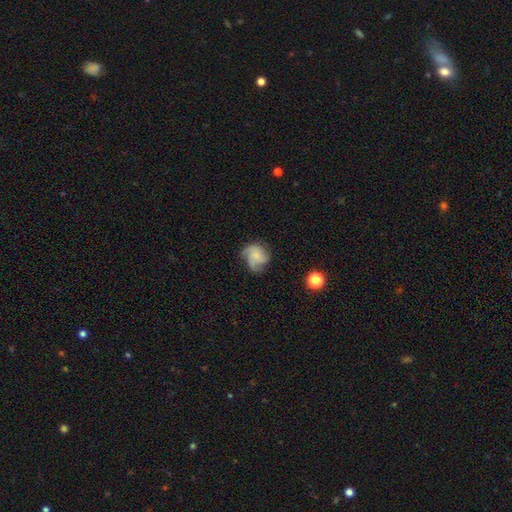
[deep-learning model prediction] Q: Smooth or featured?
A: featured or disk (69%); runner-up: smooth (23%)
Q: Edge-on disk?
A: no (98%); runner-up: yes (2%)
Q: Bar?
A: no (78%); runner-up: weak (20%)
Q: Spiral arms?
A: yes (94%); runner-up: no (6%)
Q: Spiral winding?
A: medium (46%); runner-up: tight (35%)
Q: Spiral arm count?
A: 3 (60%); runner-up: 4 (13%)
Q: Bulge size?
A: small (62%); runner-up: moderate (18%)
Q: Merging?
A: none (62%); runner-up: minor disturbance (23%)